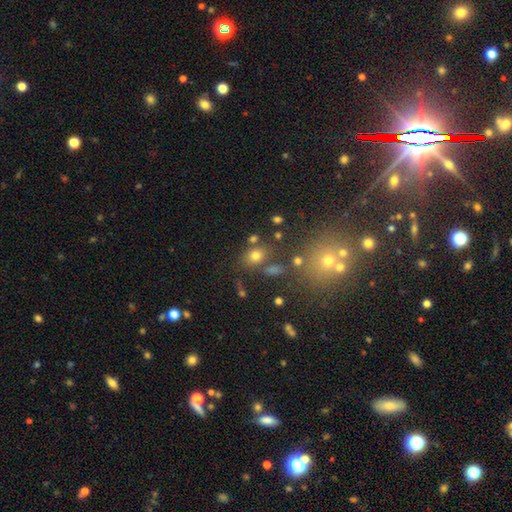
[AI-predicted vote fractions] This appears to be a smooth galaxy with no disk features (72%) that is in between round and cigar-shaped (52%). Merging: none (66%).